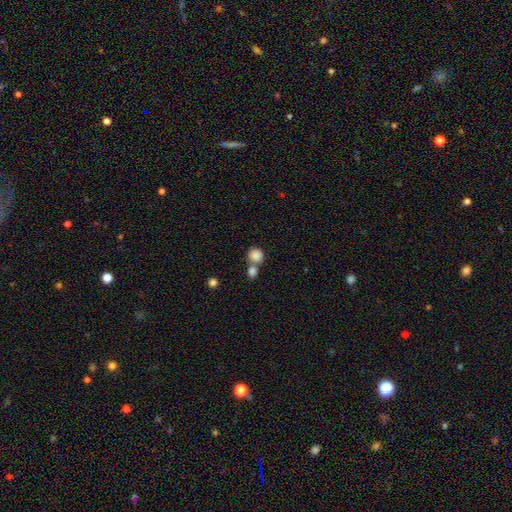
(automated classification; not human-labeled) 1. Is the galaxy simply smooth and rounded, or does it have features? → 85% smooth, 9% star or artifact, 6% featured or disk.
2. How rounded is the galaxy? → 82% round, 16% in between, 1% cigar-shaped.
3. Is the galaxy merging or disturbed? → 45% merger, 44% none, 8% minor disturbance, 3% major disturbance.